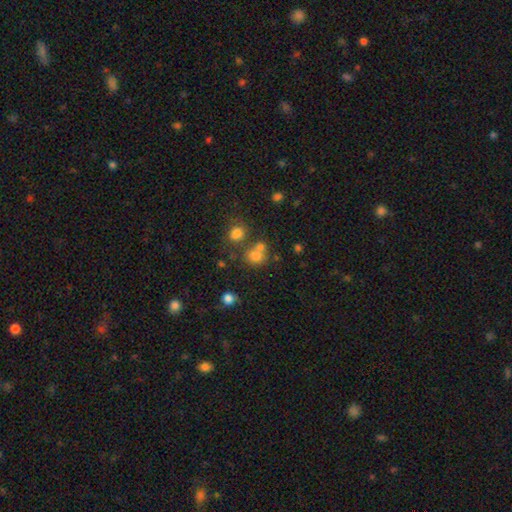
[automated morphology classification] A smooth galaxy with no disk features (71%) that is round (77%). Merging: none (49%).